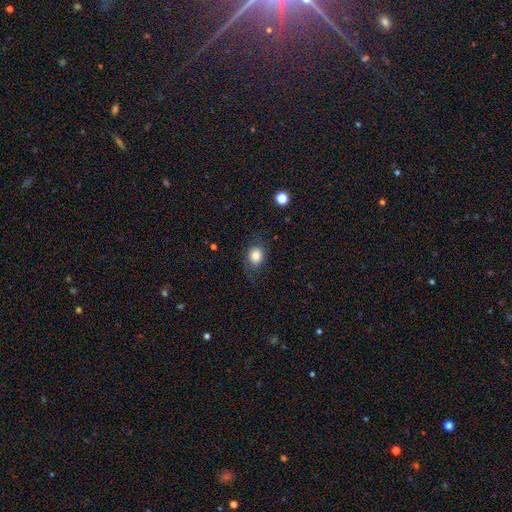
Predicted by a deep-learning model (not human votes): Smooth or featured?
  - smooth: 79% *
  - featured or disk: 11%
  - star or artifact: 9%
How rounded?
  - round: 54% *
  - in between: 45%
  - cigar-shaped: 1%
Merging?
  - none: 67% *
  - minor disturbance: 20%
  - major disturbance: 11%
  - merger: 1%